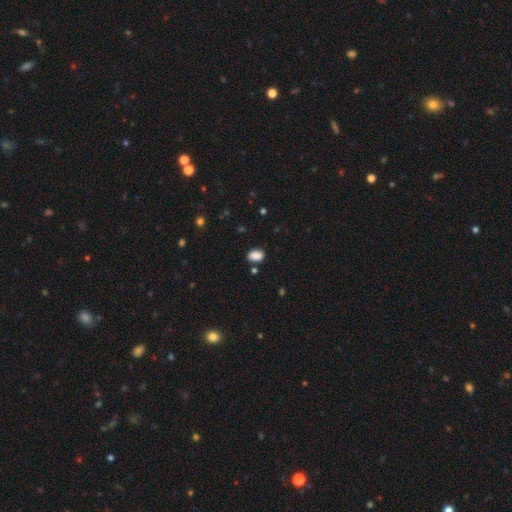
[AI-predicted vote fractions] A smooth galaxy with no disk features (88%) that is in between round and cigar-shaped (82%). Merging: none (82%).